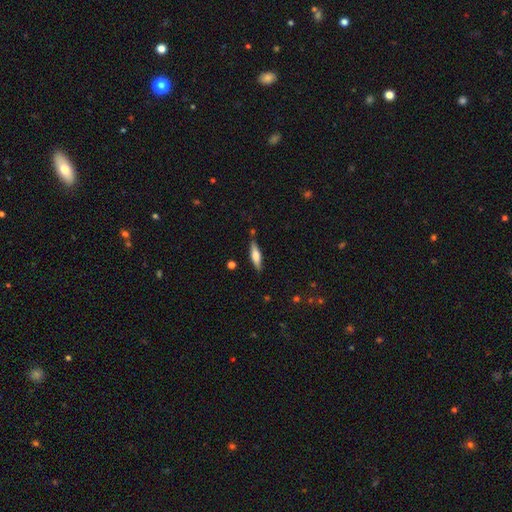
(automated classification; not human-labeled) The model was most divided on "smooth or featured": smooth: 59%, featured or disk: 35%, star or artifact: 6%. More confident: merging — none (81%); how rounded — cigar-shaped (68%).